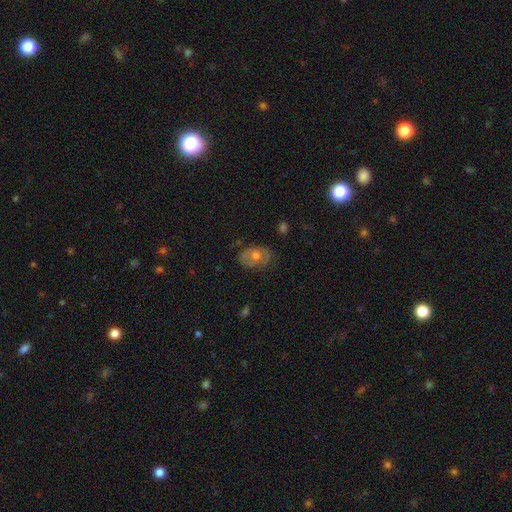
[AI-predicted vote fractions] Smooth or featured: smooth — 53% (featured or disk — 38%)
How rounded: in between — 74% (round — 25%)
Merging: none — 75% (minor disturbance — 18%)